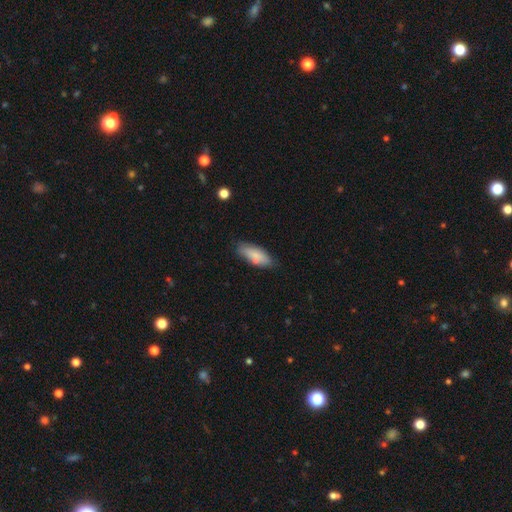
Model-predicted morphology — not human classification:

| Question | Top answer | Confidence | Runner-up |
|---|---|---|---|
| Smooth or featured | smooth | 80% | featured or disk (14%) |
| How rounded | in between | 74% | cigar-shaped (24%) |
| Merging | none | 73% | minor disturbance (19%) |